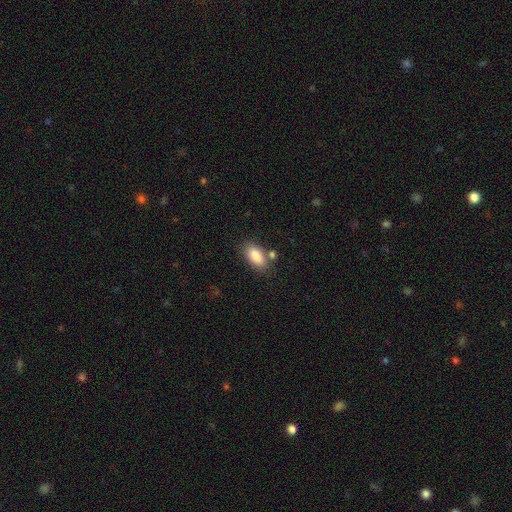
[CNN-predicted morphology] A smooth galaxy with no disk features (86%) that is in between round and cigar-shaped (90%).

Vote fractions:
- Smooth or featured? smooth: 86% / star or artifact: 7% / featured or disk: 7%
- How rounded? in between: 90% / cigar-shaped: 6% / round: 4%
- Merging? none: 74% / minor disturbance: 13% / merger: 9% / major disturbance: 3%